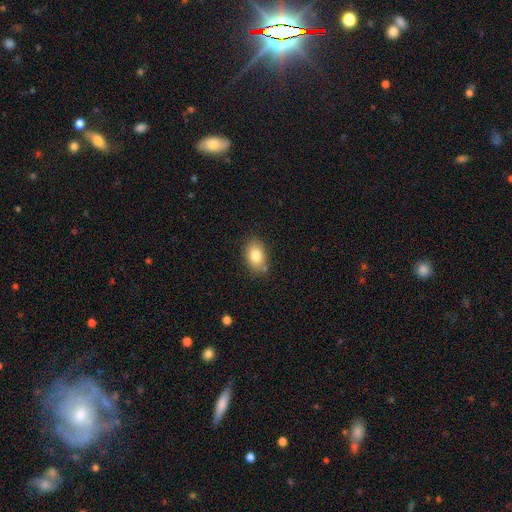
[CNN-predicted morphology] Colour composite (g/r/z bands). It shows a smooth galaxy with no disk features (82%) that is in between round and cigar-shaped (83%). Merging: none (78%).